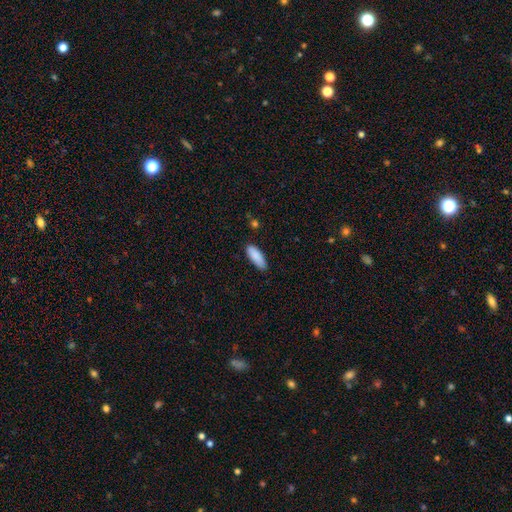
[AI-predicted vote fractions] This appears to be a smooth galaxy with no disk features (89%) that is in between round and cigar-shaped (68%). Merging: none (84%).